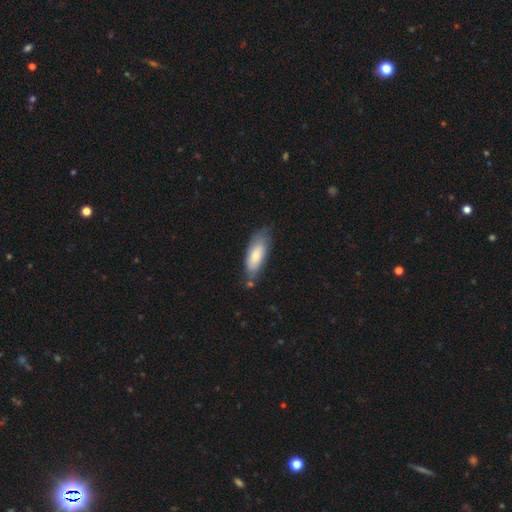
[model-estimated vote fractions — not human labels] smooth_or_featured: smooth (p=0.75) [alt: featured or disk p=0.19]
how_rounded: in between (p=0.72) [alt: cigar-shaped p=0.26]
merging: none (p=0.66) [alt: minor disturbance p=0.24]